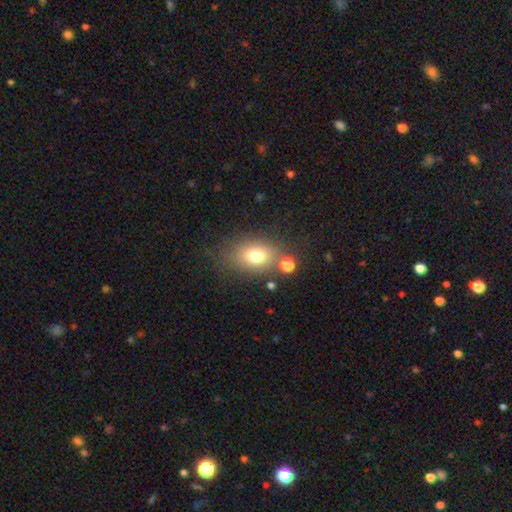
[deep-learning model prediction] smooth 75%, featured or disk 13%, star or artifact 12%. Down the decision tree: how rounded — in between (74%); merging — none (70%).